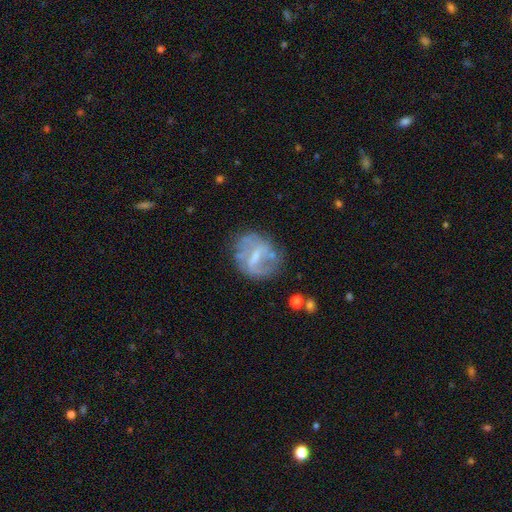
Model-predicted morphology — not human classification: The model was most divided on "bulge size": small: 45%, moderate: 26%, none: 26%, large: 2%, dominant: 1%. More confident: edge-on disk — no (97%); smooth or featured — featured or disk (68%); spiral arms — yes (60%); merging — none (59%); bar — weak (50%).